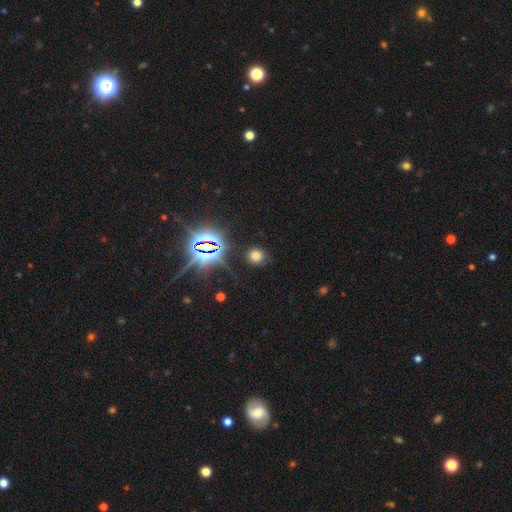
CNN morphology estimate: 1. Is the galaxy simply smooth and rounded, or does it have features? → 65% smooth, 28% star or artifact, 7% featured or disk.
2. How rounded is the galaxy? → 85% round, 13% in between, 1% cigar-shaped.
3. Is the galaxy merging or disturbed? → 86% none, 8% minor disturbance, 3% major disturbance, 2% merger.